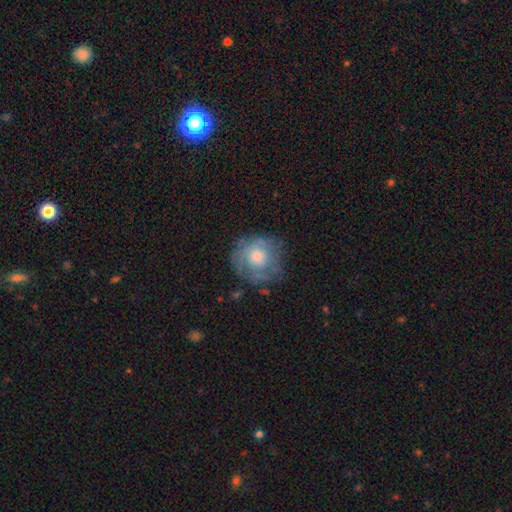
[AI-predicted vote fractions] This appears to be a featured or disk galaxy (55%) with no bar (85%), spiral arms (59%) and a moderate central bulge (57%). Merging: none (70%).